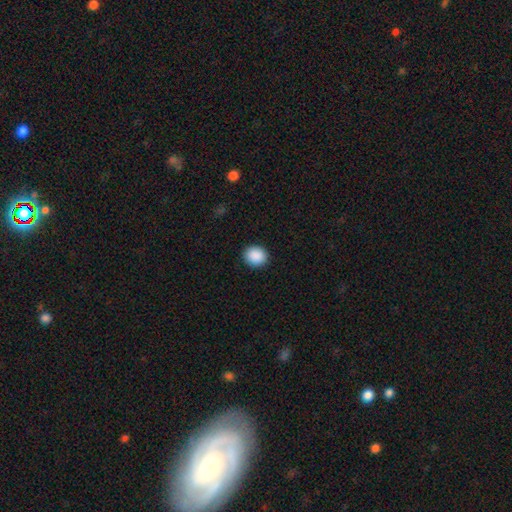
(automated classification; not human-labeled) Morphology: type=smooth (90%); roundness=round (75%); merging=none (92%).